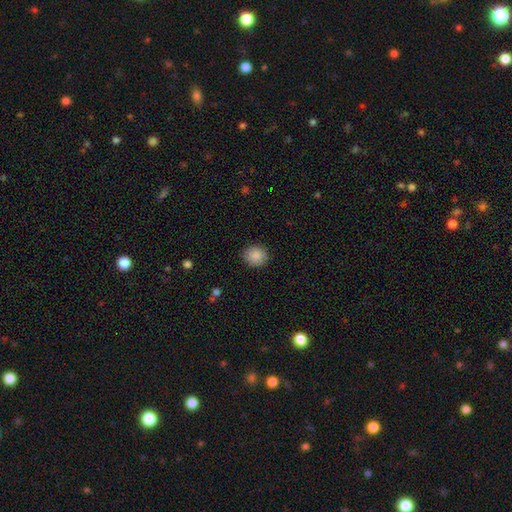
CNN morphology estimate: Q: Smooth or featured?
A: smooth (88%); runner-up: star or artifact (8%)
Q: How rounded?
A: round (80%); runner-up: in between (19%)
Q: Merging?
A: none (88%); runner-up: minor disturbance (8%)